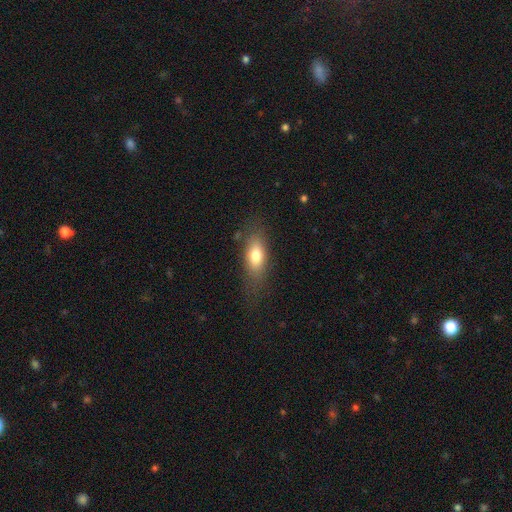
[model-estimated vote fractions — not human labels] Q: Smooth or featured?
A: smooth (75%); runner-up: featured or disk (17%)
Q: How rounded?
A: in between (80%); runner-up: cigar-shaped (15%)
Q: Merging?
A: none (70%); runner-up: minor disturbance (19%)